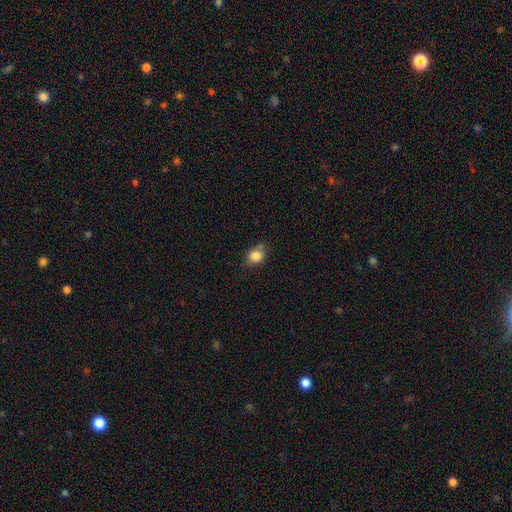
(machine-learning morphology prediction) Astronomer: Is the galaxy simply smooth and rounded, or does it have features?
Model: smooth — 83%.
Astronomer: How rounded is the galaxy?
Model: round — 63%.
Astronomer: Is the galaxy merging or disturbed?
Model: none — 63%.